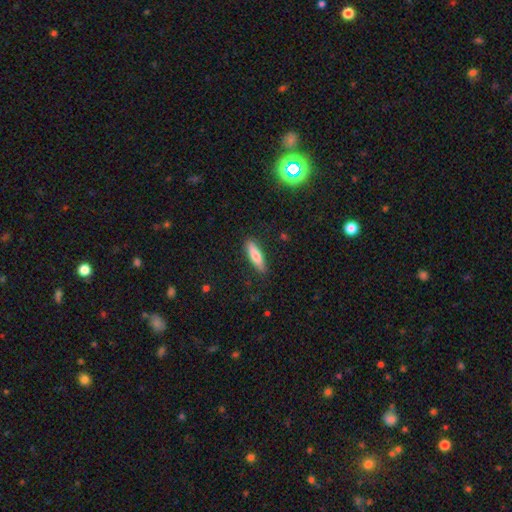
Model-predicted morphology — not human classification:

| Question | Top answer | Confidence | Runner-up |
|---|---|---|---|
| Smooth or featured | smooth | 71% | featured or disk (23%) |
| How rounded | cigar-shaped | 68% | in between (31%) |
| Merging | none | 86% | minor disturbance (10%) |